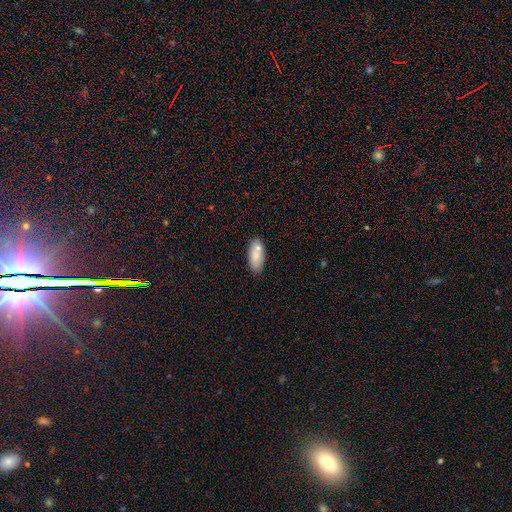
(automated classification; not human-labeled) Smooth or featured: smooth — 77% (featured or disk — 16%)
How rounded: in between — 87% (cigar-shaped — 10%)
Merging: none — 70% (minor disturbance — 14%)